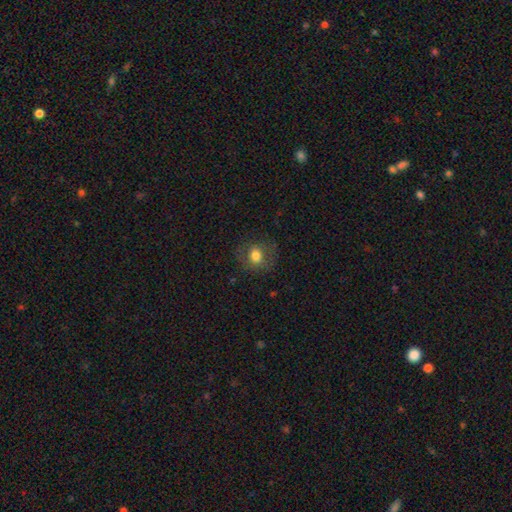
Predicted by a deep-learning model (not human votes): A smooth galaxy with no disk features (72%) that is round (70%).

Vote fractions:
- Smooth or featured? smooth: 72% / featured or disk: 18% / star or artifact: 10%
- How rounded? round: 70% / in between: 29% / cigar-shaped: 1%
- Merging? none: 77% / minor disturbance: 15% / major disturbance: 8% / merger: 1%